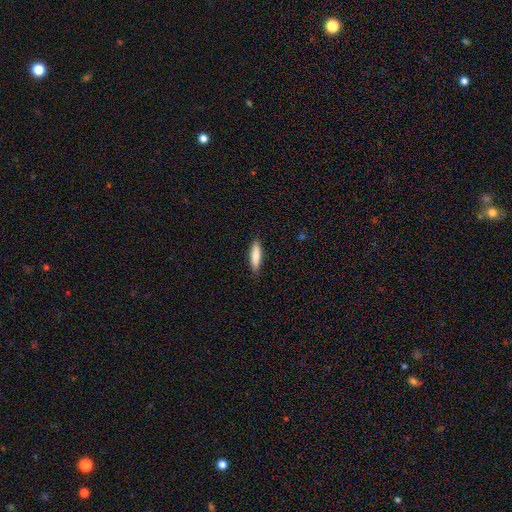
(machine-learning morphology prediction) A smooth galaxy with no disk features (79%) that is cigar-shaped (69%). Merging: none (88%).